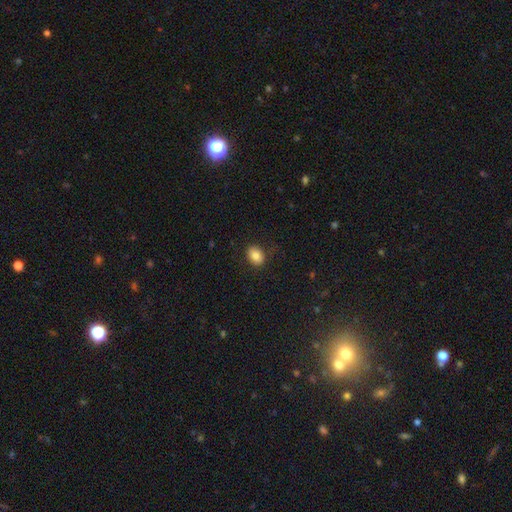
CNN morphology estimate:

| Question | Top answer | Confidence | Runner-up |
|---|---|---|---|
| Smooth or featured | smooth | 83% | star or artifact (9%) |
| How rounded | in between | 69% | round (30%) |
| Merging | none | 84% | minor disturbance (11%) |